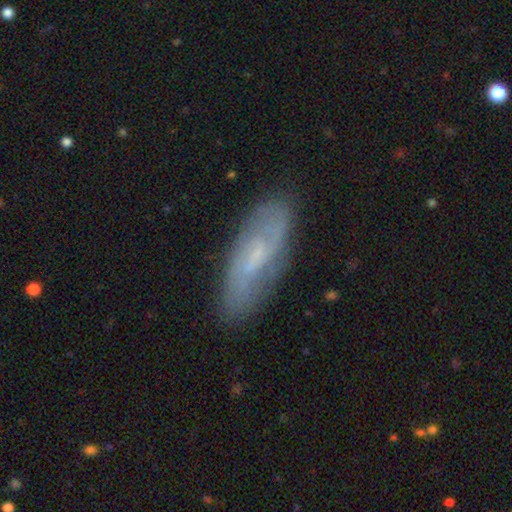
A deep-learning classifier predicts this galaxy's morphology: Smooth or featured: featured or disk — 57% (smooth — 36%)
Edge-on disk: no — 80% (yes — 20%)
Merging: none — 80% (minor disturbance — 15%)